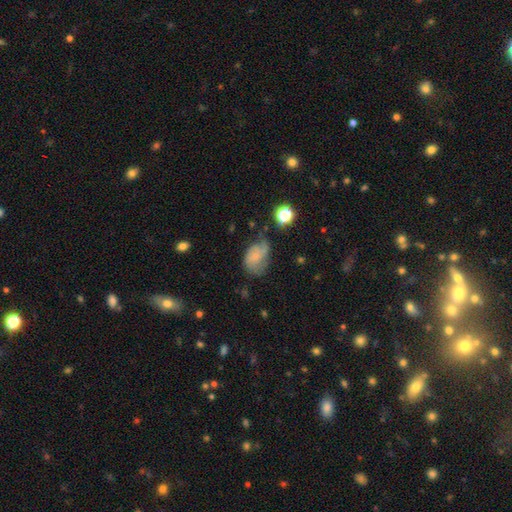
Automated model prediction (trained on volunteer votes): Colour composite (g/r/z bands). It shows a smooth galaxy with no disk features (49%). Merging: none (35%, tied with minor disturbance).